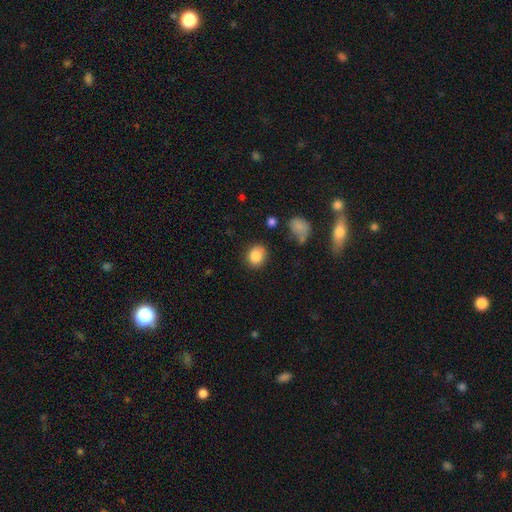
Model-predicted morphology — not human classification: This appears to be a smooth galaxy with no disk features (86%) that is round (60%). Merging: none (80%).